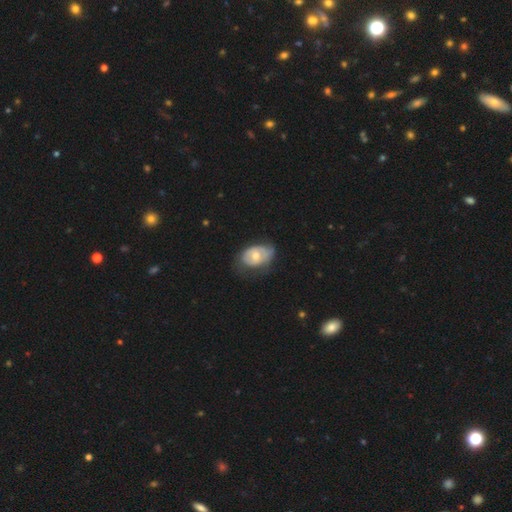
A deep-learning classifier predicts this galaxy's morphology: Smooth or featured?
  - featured or disk: 49% *
  - smooth: 45%
  - star or artifact: 6%
Merging?
  - none: 50% *
  - minor disturbance: 34%
  - major disturbance: 14%
  - merger: 2%